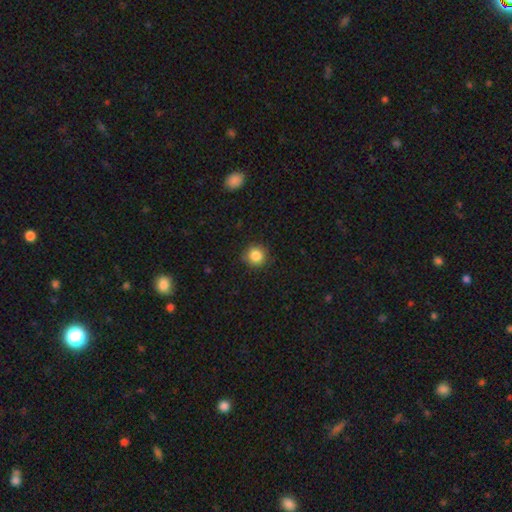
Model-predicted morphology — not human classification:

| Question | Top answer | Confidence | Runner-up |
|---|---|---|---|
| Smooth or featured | smooth | 85% | star or artifact (10%) |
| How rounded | round | 93% | in between (6%) |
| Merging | none | 88% | minor disturbance (9%) |